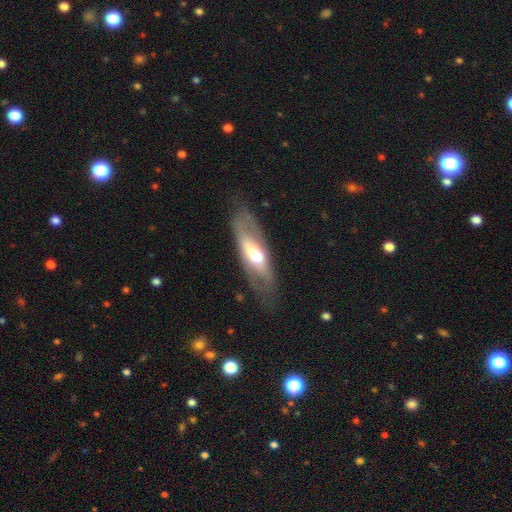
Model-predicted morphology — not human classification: A featured or disk galaxy (58%). Merging: none (66%).